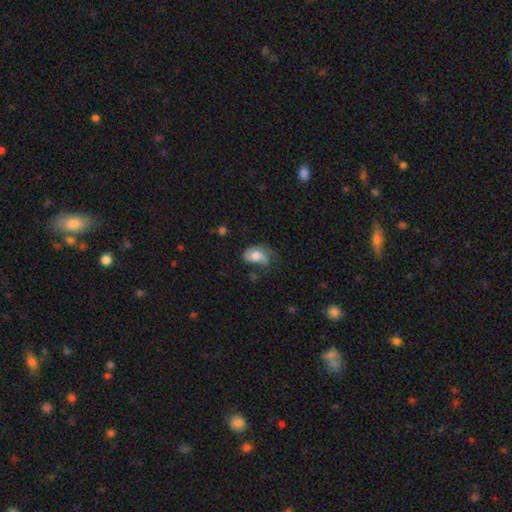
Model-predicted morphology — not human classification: smooth_or_featured: smooth (p=0.61) [alt: featured or disk p=0.31]
how_rounded: in between (p=0.85) [alt: round p=0.13]
merging: minor disturbance (p=0.33) [tied with: none p=0.33]